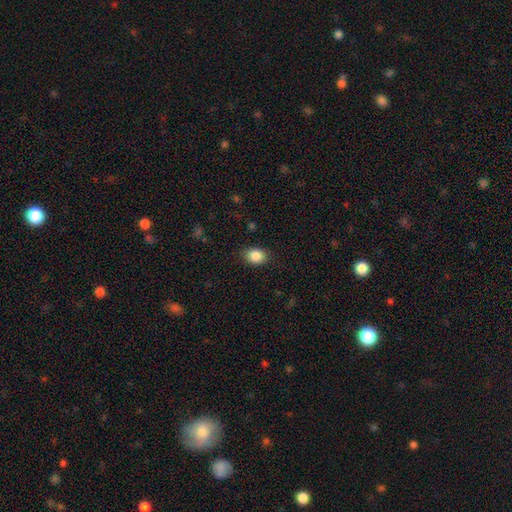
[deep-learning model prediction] Smooth or featured? smooth (86%)
How rounded? in between (56%)
Merging? none (85%)